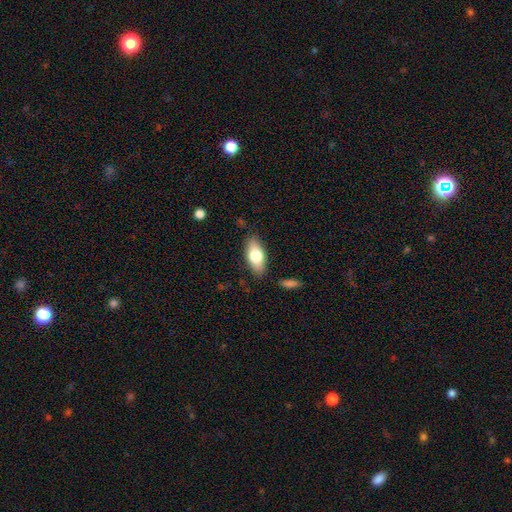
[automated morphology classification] Smooth or featured? Predicted: smooth (p=0.72). How rounded? Predicted: in between (p=0.86). Merging? Predicted: none (p=0.84).